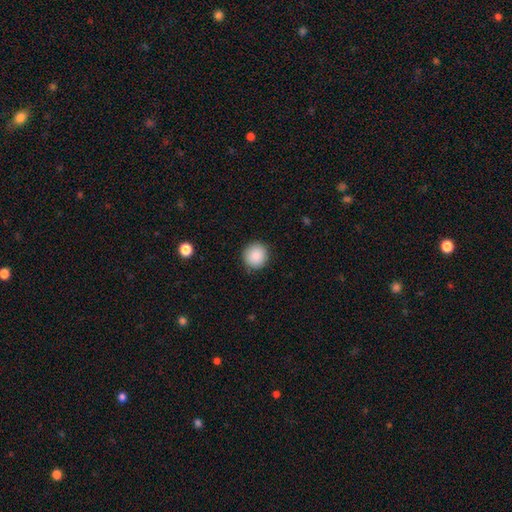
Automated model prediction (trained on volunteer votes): Morphology: type=smooth (88%); roundness=round (93%); merging=none (90%).